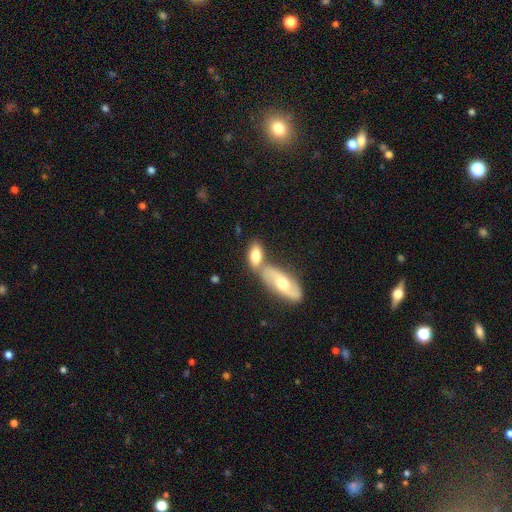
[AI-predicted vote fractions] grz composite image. It shows a smooth galaxy with no disk features (70%) that is in between round and cigar-shaped (85%). Merging: merger (44%).